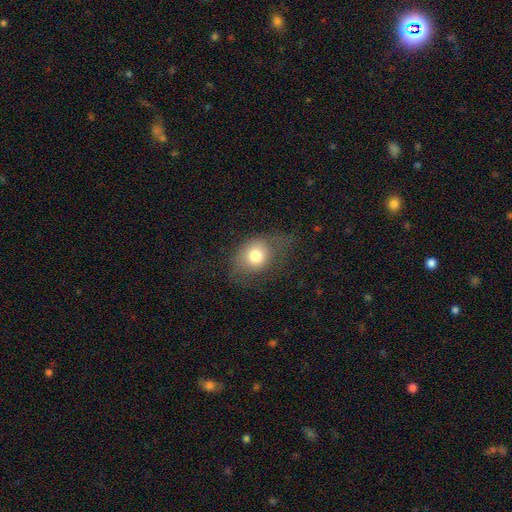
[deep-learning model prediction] A smooth galaxy with no disk features (74%) that is round (54%). Merging: none (46%).